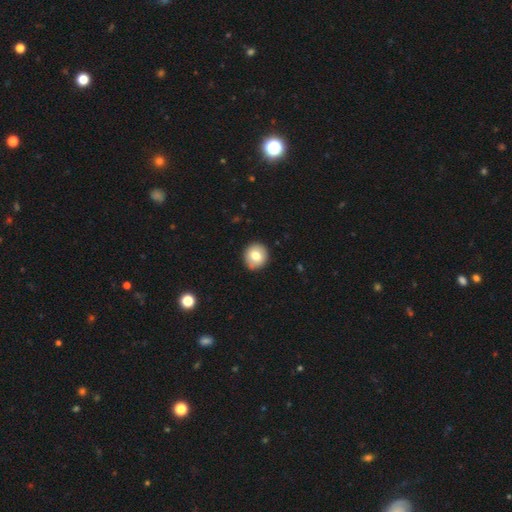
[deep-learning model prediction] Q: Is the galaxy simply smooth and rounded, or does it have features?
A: smooth — 77%.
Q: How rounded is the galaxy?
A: round — 86%.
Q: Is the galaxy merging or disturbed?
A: none — 87%.